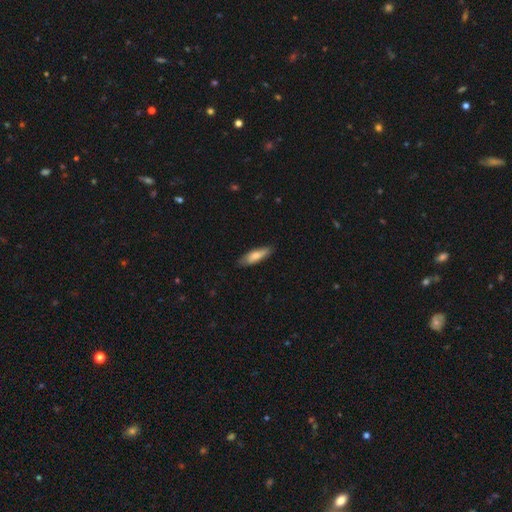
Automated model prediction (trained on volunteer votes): smooth_or_featured: smooth (p=0.74) [alt: featured or disk p=0.20]
how_rounded: cigar-shaped (p=0.57) [alt: in between p=0.42]
merging: none (p=0.82) [alt: minor disturbance p=0.14]